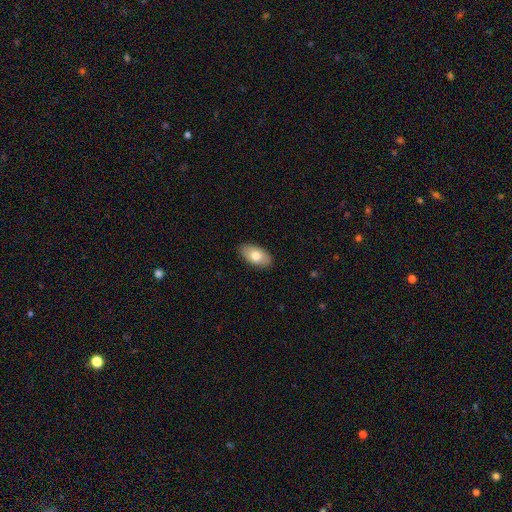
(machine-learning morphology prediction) A smooth galaxy with no disk features (75%) that is in between round and cigar-shaped (95%). Merging: none (88%).